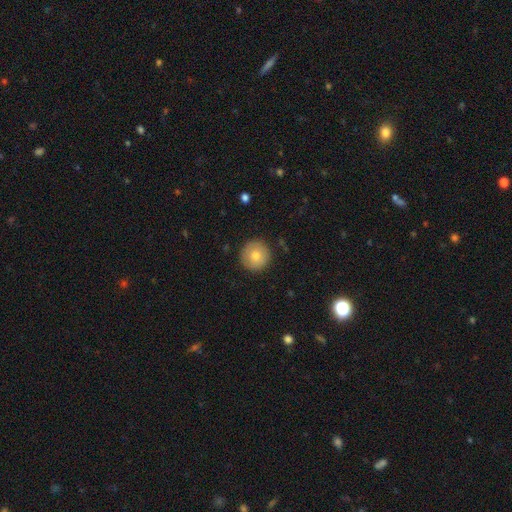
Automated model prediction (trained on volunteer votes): This appears to be a smooth galaxy with no disk features (76%) that is round (96%). Merging: none (91%).